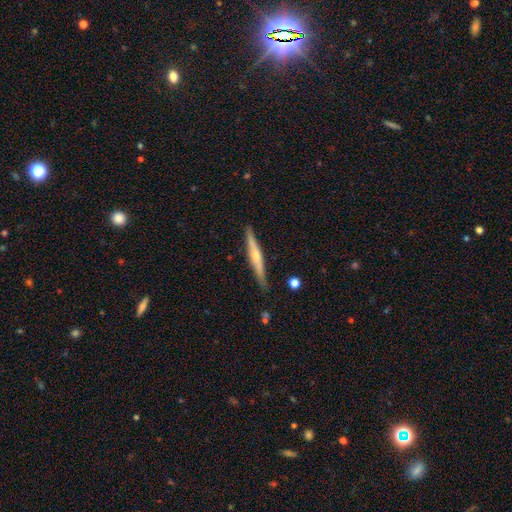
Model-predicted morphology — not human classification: Q: Smooth or featured?
A: featured or disk (65%); runner-up: smooth (29%)
Q: Edge-on disk?
A: yes (96%); runner-up: no (4%)
Q: Edge-on bulge?
A: rounded (81%); runner-up: none (14%)
Q: Merging?
A: none (87%); runner-up: minor disturbance (10%)